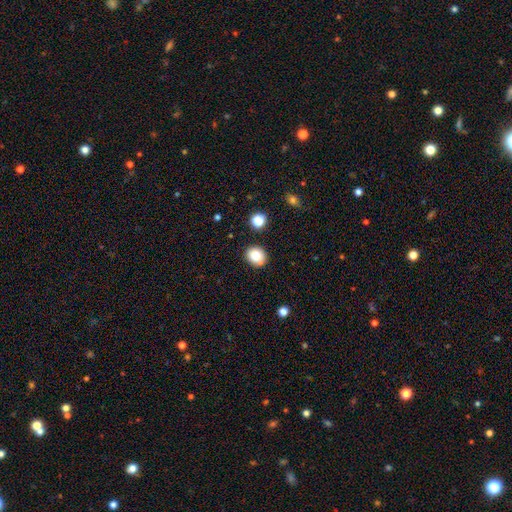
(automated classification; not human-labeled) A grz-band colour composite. It shows a smooth galaxy with no disk features (83%) that is round (62%). Merging: none (88%).